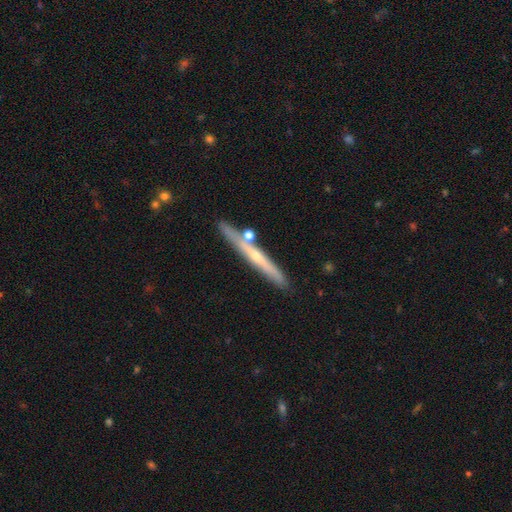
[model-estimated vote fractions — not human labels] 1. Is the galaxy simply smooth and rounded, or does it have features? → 61% featured or disk, 33% smooth, 6% star or artifact.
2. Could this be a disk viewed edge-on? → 95% yes, 5% no.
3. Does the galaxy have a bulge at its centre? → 58% rounded, 38% none, 4% boxy.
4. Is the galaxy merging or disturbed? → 79% none, 11% minor disturbance, 8% merger, 2% major disturbance.